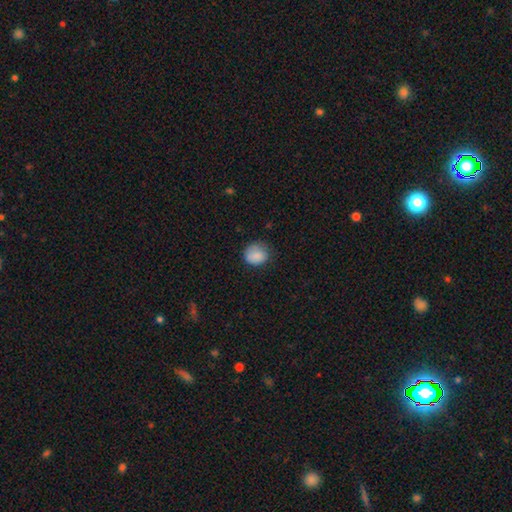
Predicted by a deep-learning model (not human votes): Morphology: type=smooth (85%); roundness=round (73%); merging=none (65%).